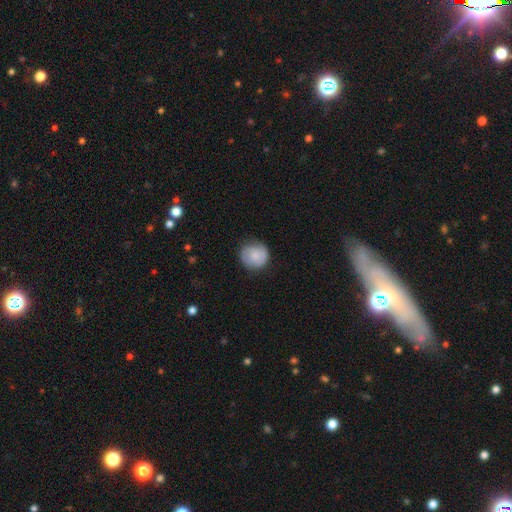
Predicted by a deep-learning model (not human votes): Q: Smooth or featured?
A: smooth (69%); runner-up: featured or disk (24%)
Q: How rounded?
A: round (91%); runner-up: in between (8%)
Q: Merging?
A: none (79%); runner-up: minor disturbance (16%)